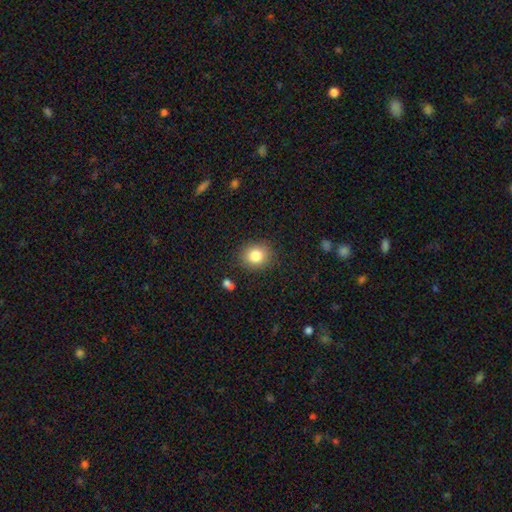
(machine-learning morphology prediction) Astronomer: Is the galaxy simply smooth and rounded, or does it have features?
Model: smooth — 82%.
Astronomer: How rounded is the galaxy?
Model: round — 75%.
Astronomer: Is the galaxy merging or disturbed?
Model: none — 87%.